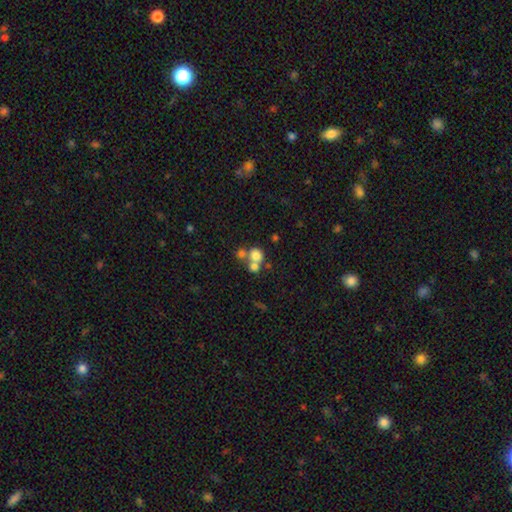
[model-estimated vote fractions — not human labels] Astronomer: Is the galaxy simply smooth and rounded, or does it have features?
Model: smooth — 70%.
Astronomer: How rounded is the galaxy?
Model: round — 84%.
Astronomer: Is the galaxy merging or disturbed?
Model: merger — 49% (runner-up: none, 40%).